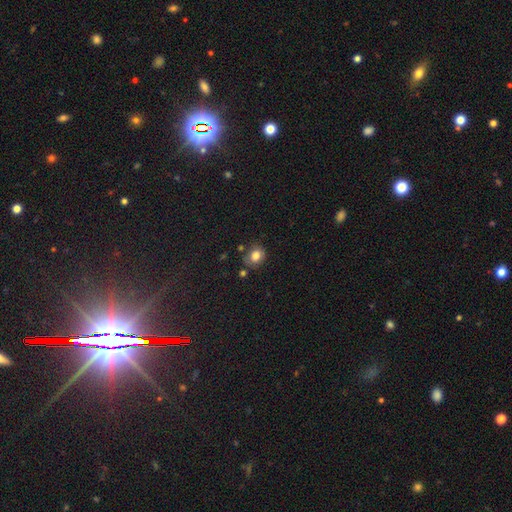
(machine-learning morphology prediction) Smooth or featured? smooth (79%)
How rounded? round (67%)
Merging? none (69%)